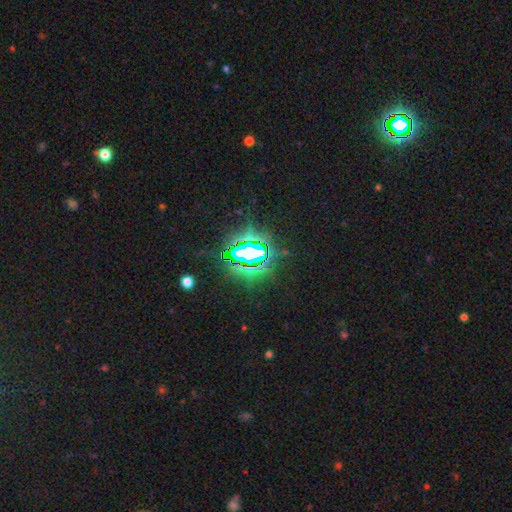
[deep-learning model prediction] Smooth or featured? star or artifact (84%)